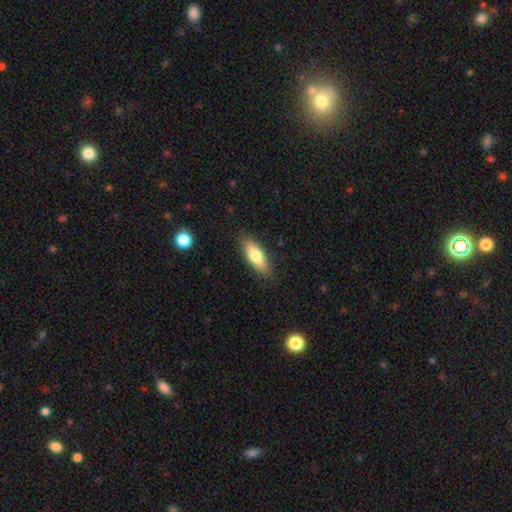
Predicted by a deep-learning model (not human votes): Smooth or featured?
  - smooth: 72% *
  - featured or disk: 22%
  - star or artifact: 6%
How rounded?
  - in between: 62% *
  - cigar-shaped: 35%
  - round: 2%
Merging?
  - none: 86% *
  - minor disturbance: 10%
  - major disturbance: 2%
  - merger: 1%